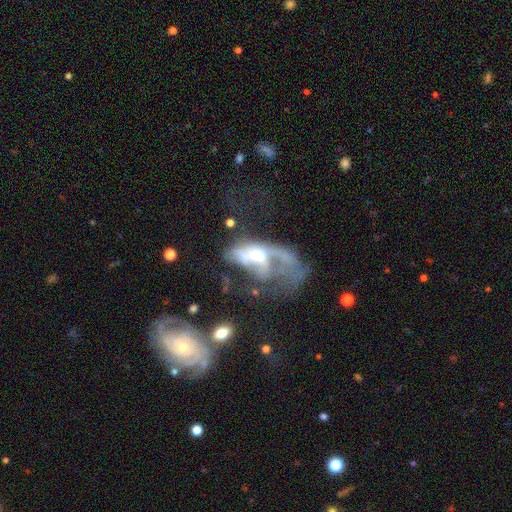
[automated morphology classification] Smooth or featured? Predicted: featured or disk (p=0.66). Edge-on disk? Predicted: no (p=0.93). Bar? Predicted: no (p=0.67). Spiral arms? Predicted: no (p=0.52). Bulge size? Predicted: moderate (p=0.57). Merging? Predicted: major disturbance (p=0.58).